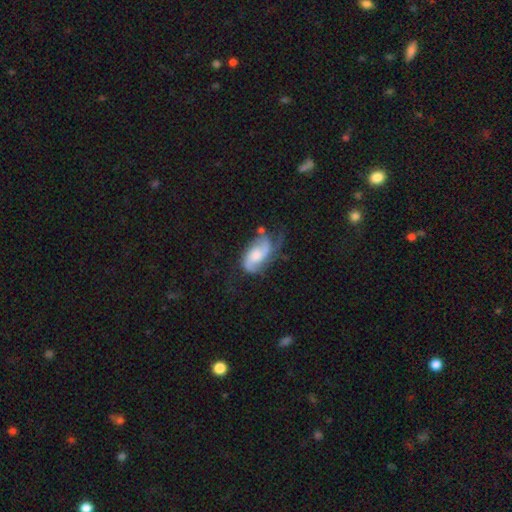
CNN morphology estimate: Smooth or featured? Predicted: featured or disk (p=0.72). Edge-on disk? Predicted: no (p=0.96). Bar? Predicted: no (p=0.59). Spiral arms? Predicted: yes (p=0.93). Spiral winding? Predicted: medium (p=0.43). Spiral arm count? Predicted: 2 (p=0.77). Bulge size? Predicted: moderate (p=0.43). Merging? Predicted: none (p=0.45).